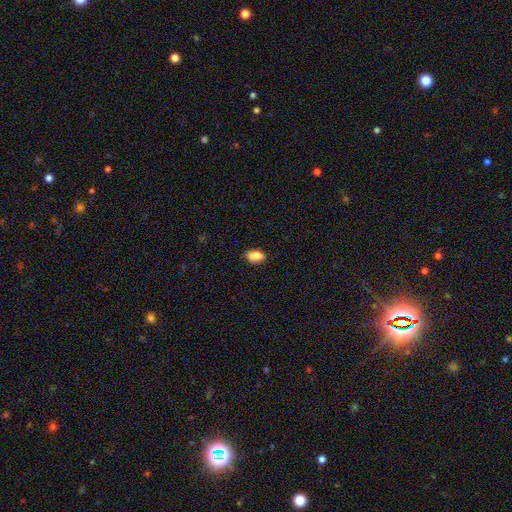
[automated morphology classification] smooth 85%, star or artifact 8%, featured or disk 7%. Down the decision tree: how rounded — in between (89%); merging — none (80%).